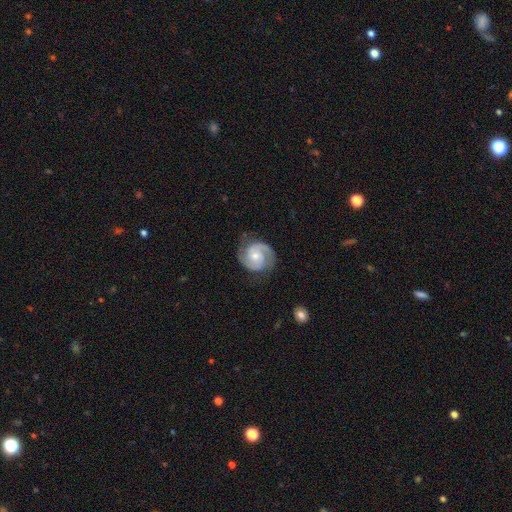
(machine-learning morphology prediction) Smooth or featured: featured or disk — 88% (smooth — 8%)
Edge-on disk: no — 98% (yes — 2%)
Bar: no — 61% (weak — 32%)
Spiral arms: yes — 98% (no — 2%)
Spiral winding: medium — 46% (tight — 45%)
Spiral arm count: 2 — 90% (can't tell — 3%)
Bulge size: moderate — 48% (small — 47%)
Merging: none — 79% (minor disturbance — 15%)